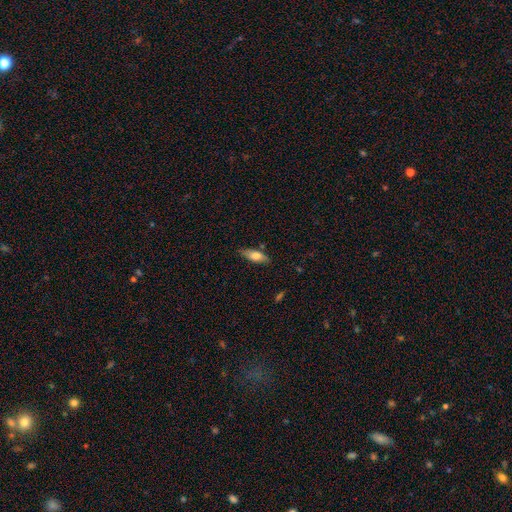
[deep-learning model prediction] Overall: smooth (72%). How rounded: in between (67%; cigar-shaped 30%). Merging: none (79%).